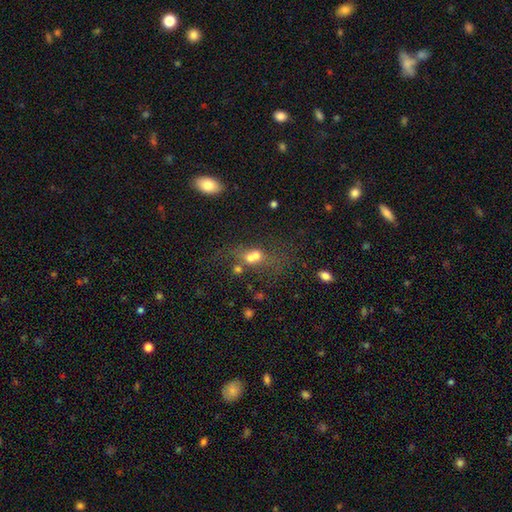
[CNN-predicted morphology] type=smooth (57%); roundness=round (59%); merging=merger (60%).